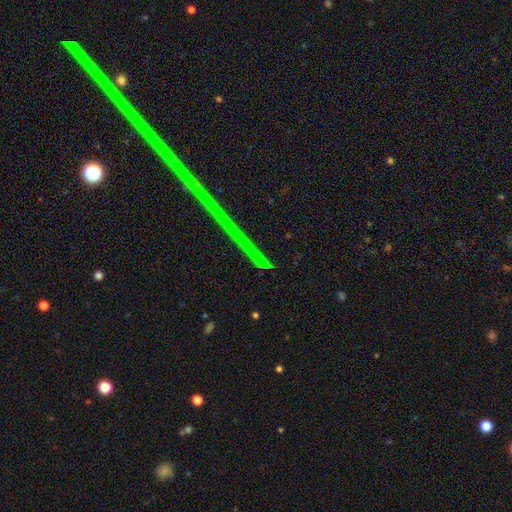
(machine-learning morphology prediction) Overall: star or artifact (80%).